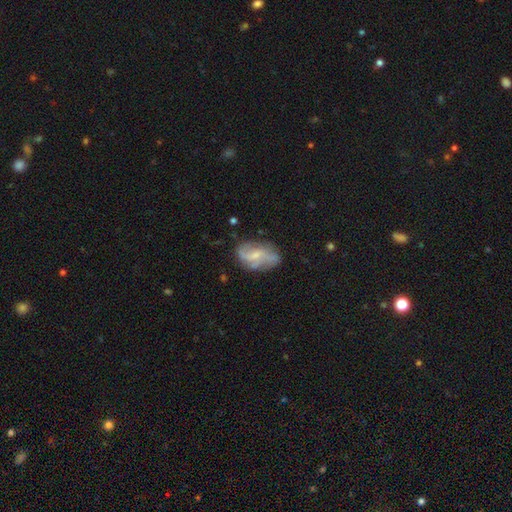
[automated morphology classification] The model was most divided on "bar": no: 49%, weak: 41%, strong: 10%. More confident: edge-on disk — no (96%); spiral arms — yes (87%); smooth or featured — featured or disk (70%); merging — none (63%); bulge size — small (60%); spiral winding — loose (53%); spiral arm count — 2 (52%).